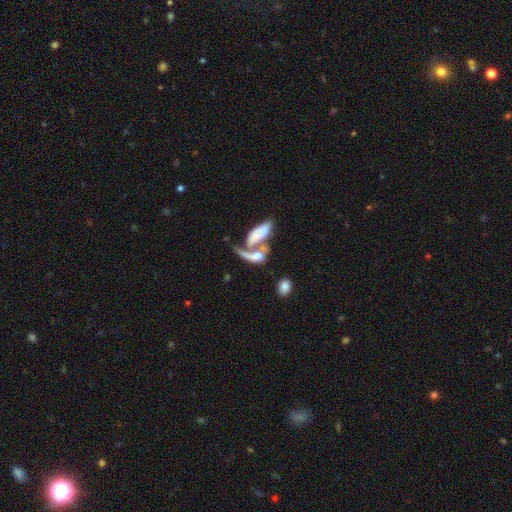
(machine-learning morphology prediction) Smooth or featured? Predicted: featured or disk (p=0.46). Merging? Predicted: merger (p=0.64).